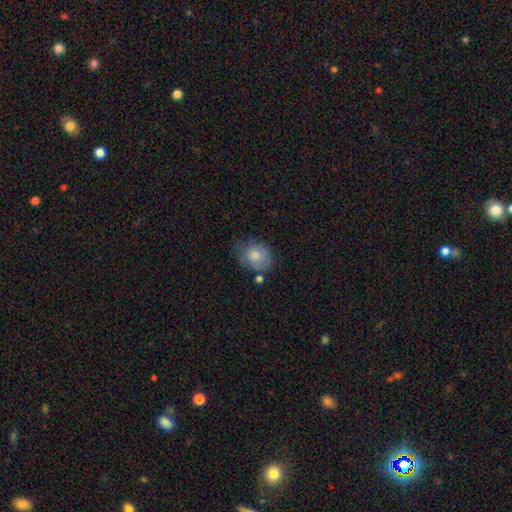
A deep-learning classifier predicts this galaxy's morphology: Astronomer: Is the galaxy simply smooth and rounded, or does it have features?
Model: smooth — 78%.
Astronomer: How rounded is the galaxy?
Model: round — 55% (runner-up: in between, 44%).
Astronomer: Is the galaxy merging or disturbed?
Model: none — 56%.